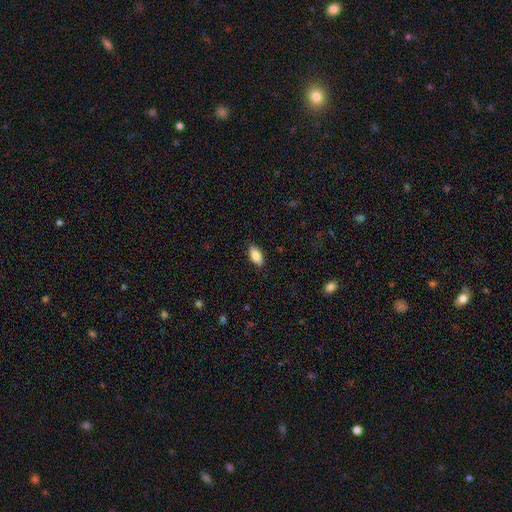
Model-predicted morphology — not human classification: smooth_or_featured: smooth (p=0.85) [alt: featured or disk p=0.08]
how_rounded: in between (p=0.92) [alt: cigar-shaped p=0.05]
merging: none (p=0.86) [alt: minor disturbance p=0.11]